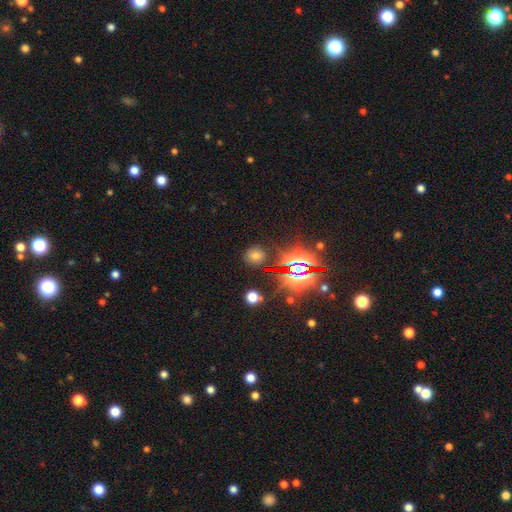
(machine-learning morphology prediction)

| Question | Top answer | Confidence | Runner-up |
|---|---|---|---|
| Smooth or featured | smooth | 49% | star or artifact (42%) |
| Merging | none | 83% | minor disturbance (10%) |